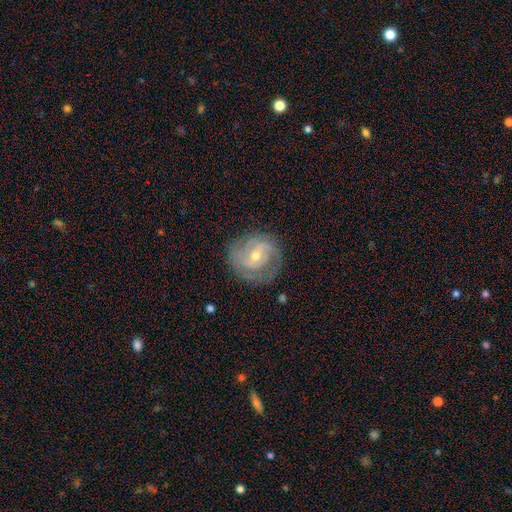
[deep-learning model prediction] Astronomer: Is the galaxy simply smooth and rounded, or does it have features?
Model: featured or disk — 80%.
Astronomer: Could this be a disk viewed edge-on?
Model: no — 97%.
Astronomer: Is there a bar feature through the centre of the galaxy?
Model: no — 45% (runner-up: weak, 43%).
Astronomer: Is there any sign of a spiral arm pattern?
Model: yes — 92%.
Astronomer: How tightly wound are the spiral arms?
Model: tight — 57% (runner-up: medium, 33%).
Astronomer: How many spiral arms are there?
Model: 2 — 47% (runner-up: can't tell, 24%).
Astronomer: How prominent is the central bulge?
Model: moderate — 51% (runner-up: small, 45%).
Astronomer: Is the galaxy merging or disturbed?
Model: none — 75%.